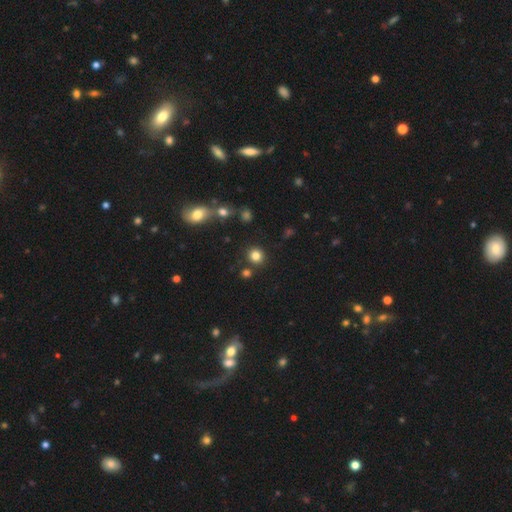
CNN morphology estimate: smooth_or_featured: smooth (p=0.82) [alt: star or artifact p=0.13]
how_rounded: round (p=0.89) [alt: in between p=0.10]
merging: none (p=0.85) [alt: minor disturbance p=0.07]